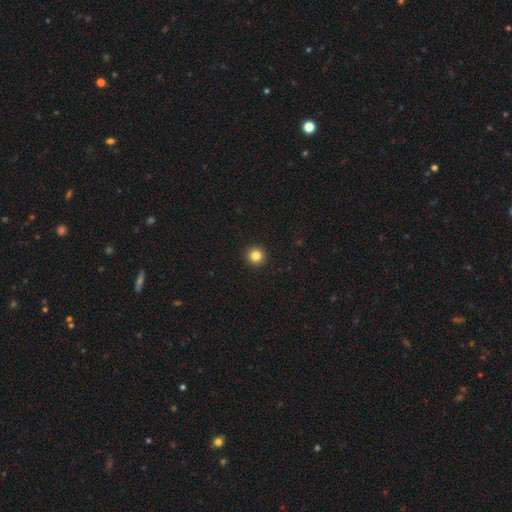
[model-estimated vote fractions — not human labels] Smooth or featured? Predicted: smooth (p=0.83). How rounded? Predicted: round (p=0.96). Merging? Predicted: none (p=0.94).